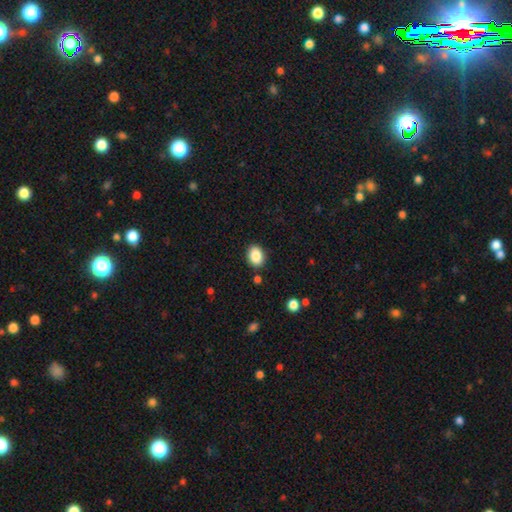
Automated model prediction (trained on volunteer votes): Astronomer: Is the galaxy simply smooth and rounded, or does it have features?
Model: smooth — 87%.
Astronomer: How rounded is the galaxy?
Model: in between — 67%.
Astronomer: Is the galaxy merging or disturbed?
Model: none — 86%.